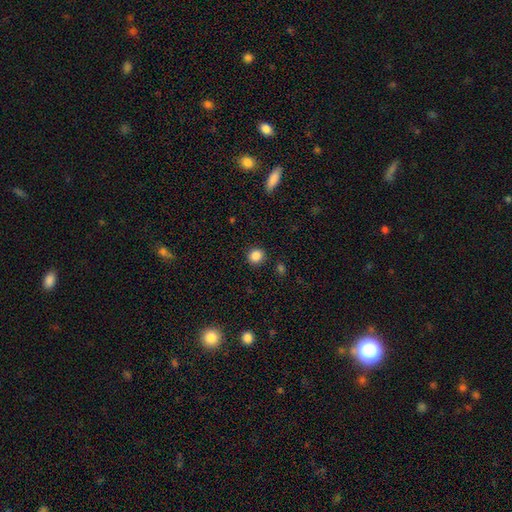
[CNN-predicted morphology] A smooth galaxy with no disk features (86%) that is round (88%). Merging: none (89%).